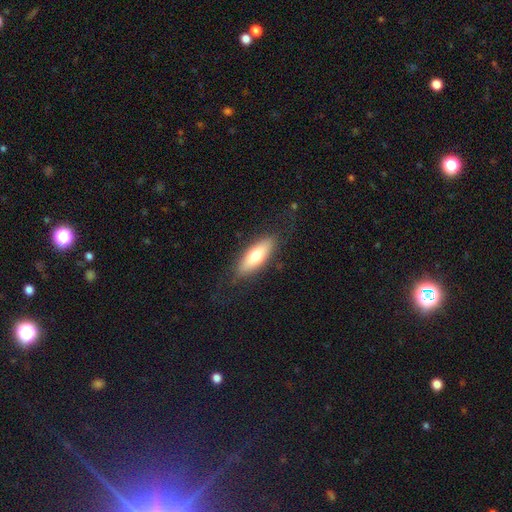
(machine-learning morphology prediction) Q: Smooth or featured?
A: smooth (67%); runner-up: featured or disk (27%)
Q: How rounded?
A: in between (62%); runner-up: cigar-shaped (36%)
Q: Merging?
A: none (82%); runner-up: minor disturbance (13%)